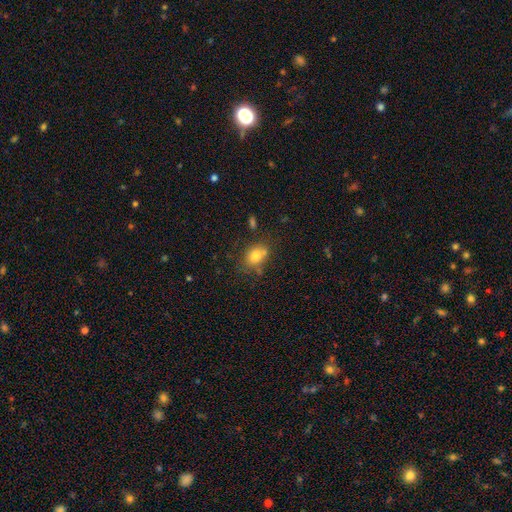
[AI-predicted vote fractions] Overall: smooth (76%). How rounded: in between (60%; round 38%). Merging: none (58%; minor disturbance 20%).